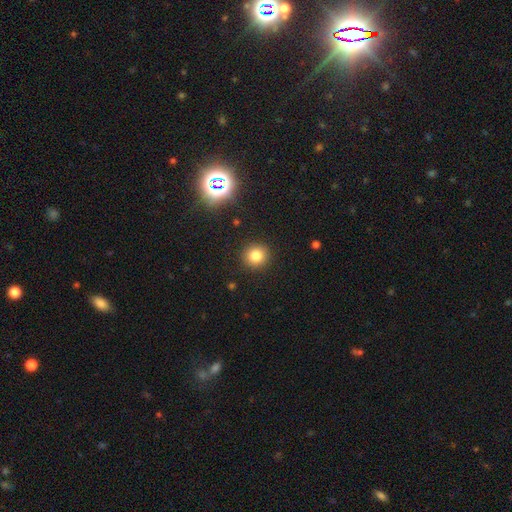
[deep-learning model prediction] Smooth or featured? smooth (80%)
How rounded? round (90%)
Merging? none (91%)